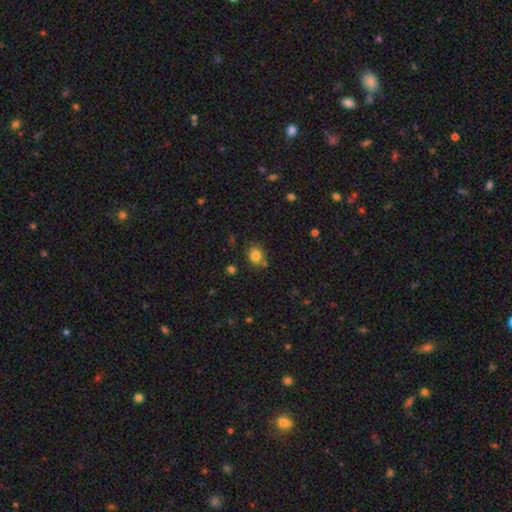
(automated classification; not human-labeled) smooth-or-featured: smooth: 81% | star or artifact: 12% | featured or disk: 7%
  how-rounded: round: 68% | in between: 31% | cigar-shaped: 1%
  merging: none: 74% | minor disturbance: 15% | merger: 8% | major disturbance: 3%